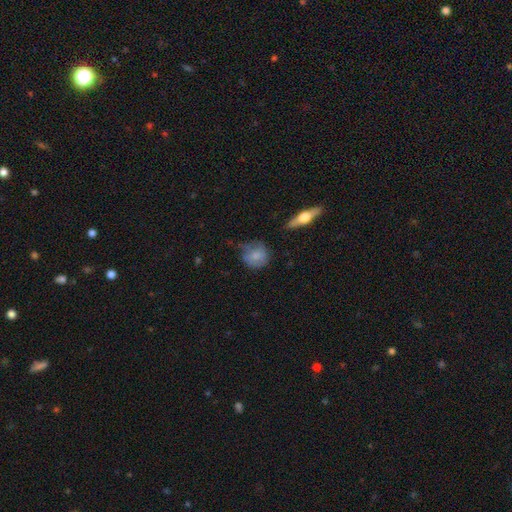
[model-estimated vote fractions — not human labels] Smooth or featured? smooth (68%)
How rounded? round (75%)
Merging? none (55%)